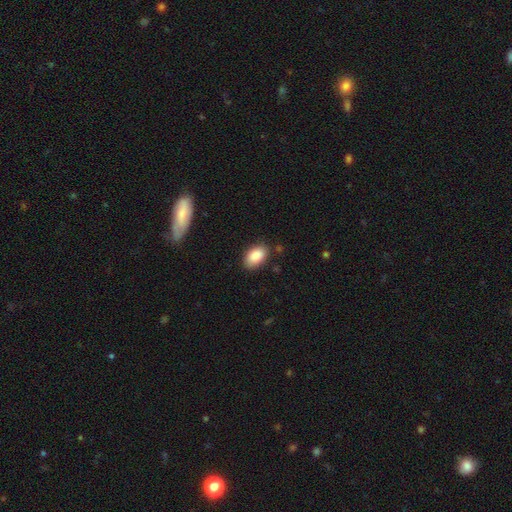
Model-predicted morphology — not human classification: type=smooth (88%); roundness=in between (92%); merging=none (83%).